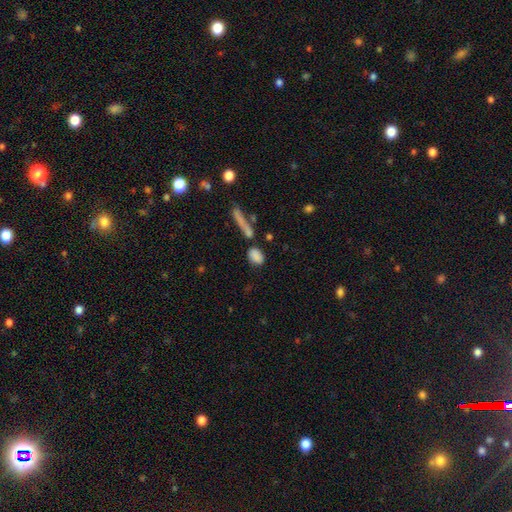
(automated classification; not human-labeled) smooth_or_featured: smooth (p=0.82) [alt: star or artifact p=0.09]
how_rounded: in between (p=0.73) [alt: round p=0.18]
merging: none (p=0.64) [alt: merger p=0.15]